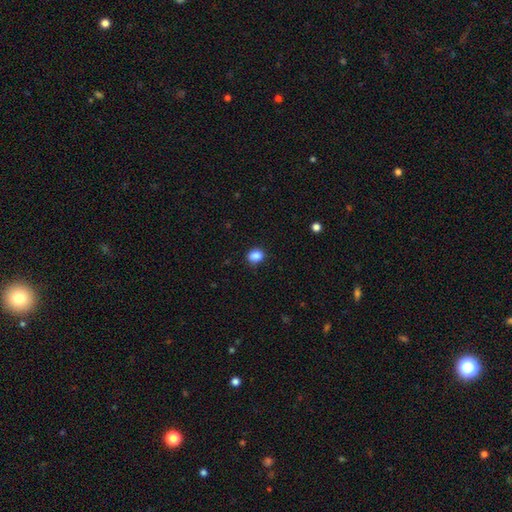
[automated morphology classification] Q: Smooth or featured?
A: smooth (86%); runner-up: star or artifact (10%)
Q: How rounded?
A: round (52%); runner-up: in between (47%)
Q: Merging?
A: none (85%); runner-up: minor disturbance (12%)